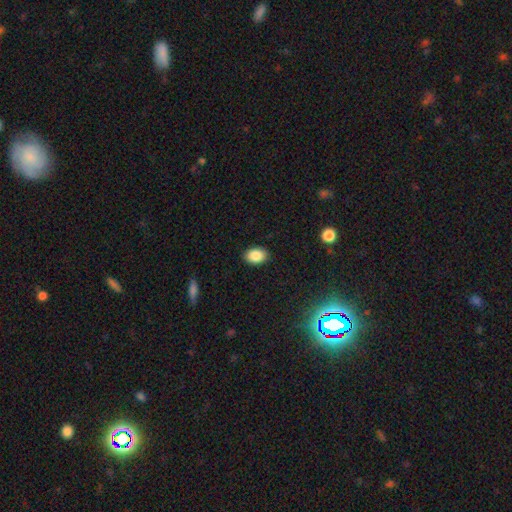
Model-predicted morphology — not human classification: Smooth or featured: smooth — 87% (star or artifact — 8%)
How rounded: in between — 82% (round — 16%)
Merging: none — 89% (minor disturbance — 8%)